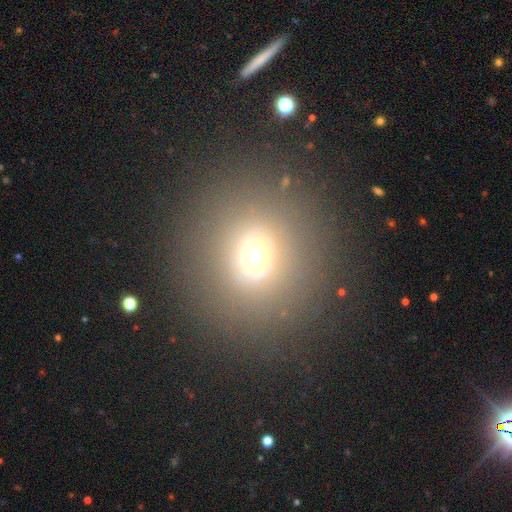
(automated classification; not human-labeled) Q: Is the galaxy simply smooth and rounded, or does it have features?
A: smooth — 62%.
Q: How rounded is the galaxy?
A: round — 90%.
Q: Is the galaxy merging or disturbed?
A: none — 85%.